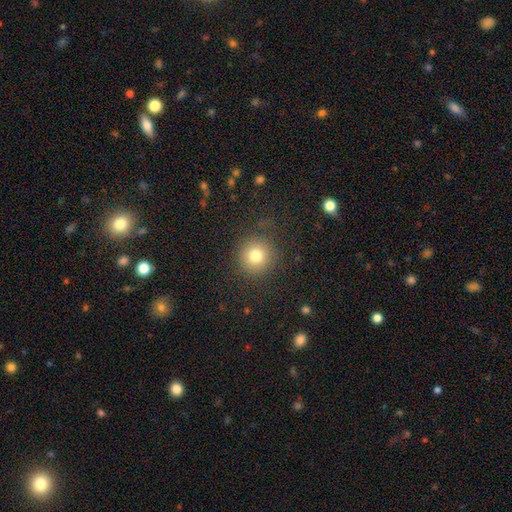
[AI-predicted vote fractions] Smooth or featured? Predicted: smooth (p=0.79). How rounded? Predicted: round (p=0.93). Merging? Predicted: none (p=0.86).